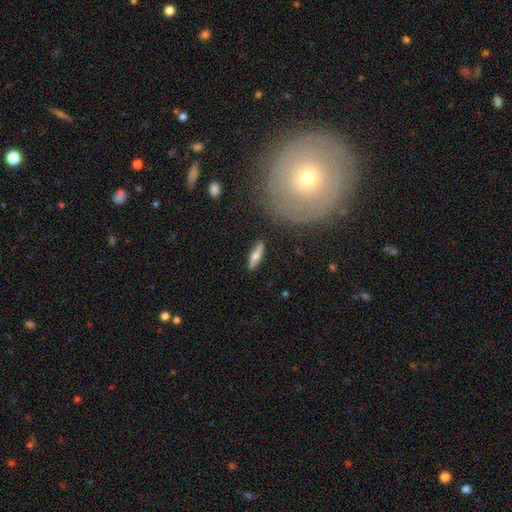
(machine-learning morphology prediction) Smooth or featured? smooth (58%)
How rounded? cigar-shaped (65%)
Merging? none (86%)